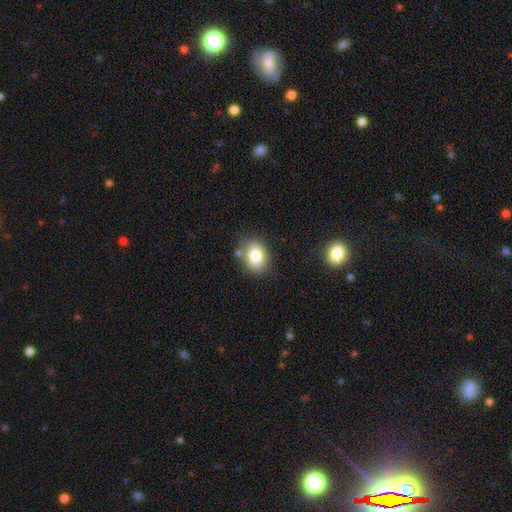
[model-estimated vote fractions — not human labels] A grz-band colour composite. It shows a smooth galaxy with no disk features (81%) that is in between round and cigar-shaped (56%). Merging: none (77%).